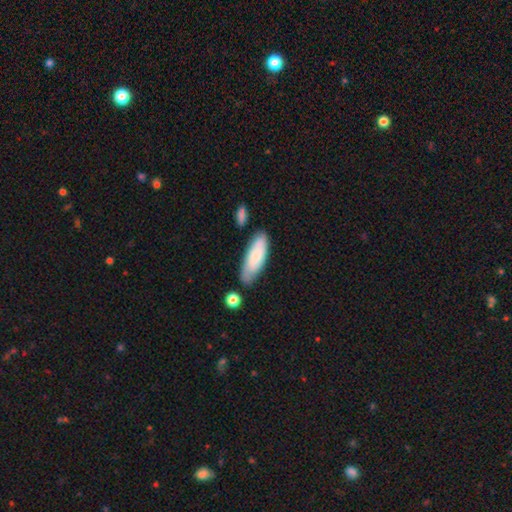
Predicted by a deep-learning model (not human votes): A smooth galaxy with no disk features (71%) that is in between round and cigar-shaped (60%).

Vote fractions:
- Smooth or featured? smooth: 71% / featured or disk: 23% / star or artifact: 6%
- How rounded? in between: 60% / cigar-shaped: 39% / round: 2%
- Merging? none: 70% / minor disturbance: 19% / merger: 7% / major disturbance: 4%